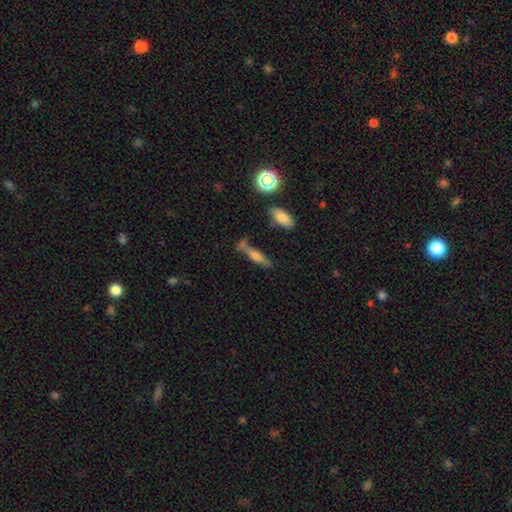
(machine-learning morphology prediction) Smooth or featured? smooth (50%)
How rounded? cigar-shaped (75%)
Merging? none (62%)